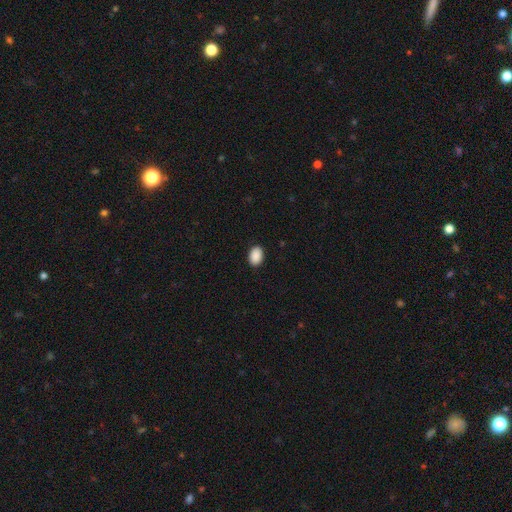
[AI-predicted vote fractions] Smooth or featured?
  - smooth: 91% *
  - star or artifact: 7%
  - featured or disk: 2%
How rounded?
  - in between: 84% *
  - round: 15%
  - cigar-shaped: 1%
Merging?
  - none: 89% *
  - minor disturbance: 8%
  - major disturbance: 2%
  - merger: 1%